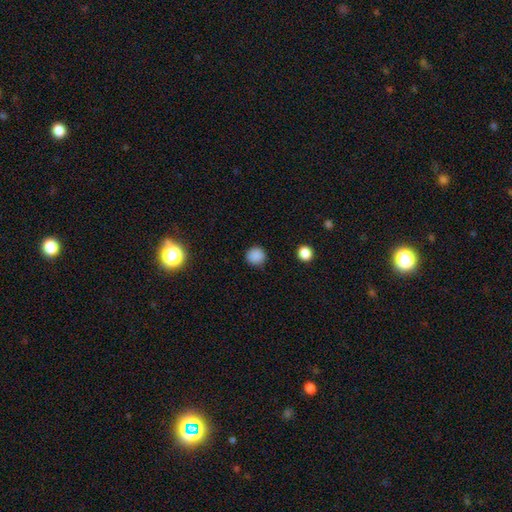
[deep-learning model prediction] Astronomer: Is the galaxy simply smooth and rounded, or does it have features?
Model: smooth — 86%.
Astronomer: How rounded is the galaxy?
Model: round — 93%.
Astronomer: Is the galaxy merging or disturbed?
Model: none — 89%.